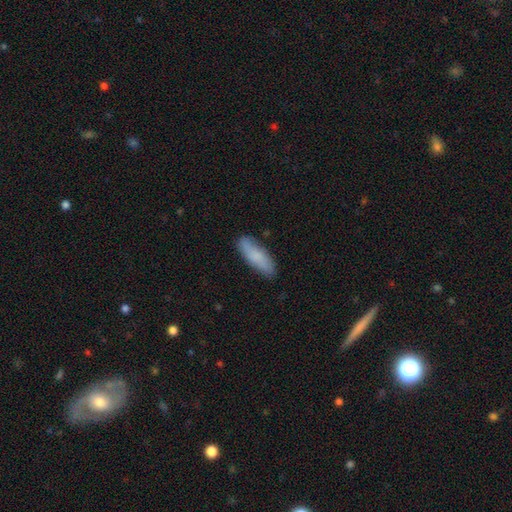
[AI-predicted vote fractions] Q: Smooth or featured?
A: smooth (79%); runner-up: featured or disk (15%)
Q: How rounded?
A: in between (50%); runner-up: cigar-shaped (48%)
Q: Merging?
A: none (82%); runner-up: minor disturbance (14%)